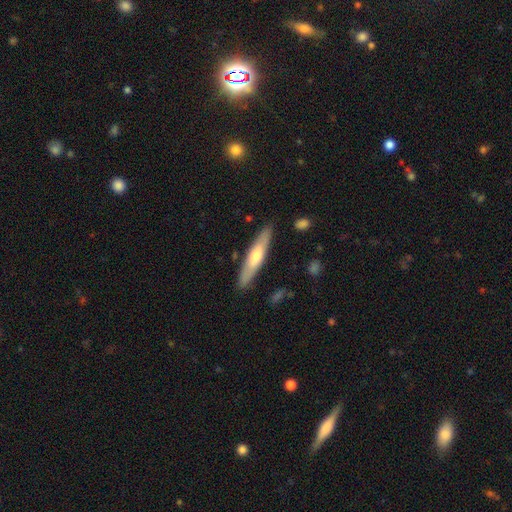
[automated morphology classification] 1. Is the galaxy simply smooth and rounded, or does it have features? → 50% smooth, 44% featured or disk, 6% star or artifact.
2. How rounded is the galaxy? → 84% cigar-shaped, 15% in between, 1% round.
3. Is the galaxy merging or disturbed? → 87% none, 10% minor disturbance, 2% major disturbance, 2% merger.